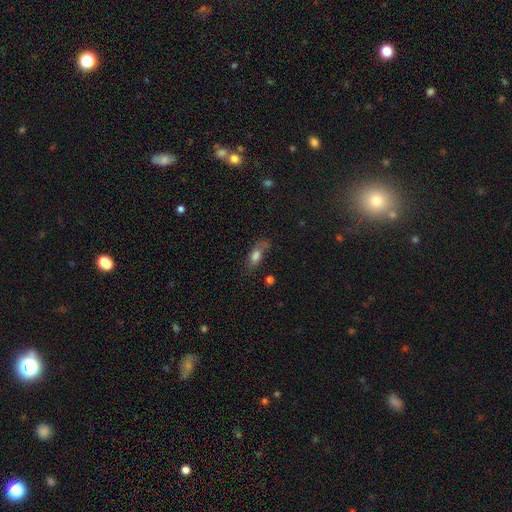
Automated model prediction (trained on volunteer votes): A smooth galaxy with no disk features (70%) that is in between round and cigar-shaped (77%).

Vote fractions:
- Smooth or featured? smooth: 70% / featured or disk: 20% / star or artifact: 11%
- How rounded? in between: 77% / cigar-shaped: 16% / round: 7%
- Merging? none: 49% / minor disturbance: 28% / major disturbance: 19% / merger: 5%